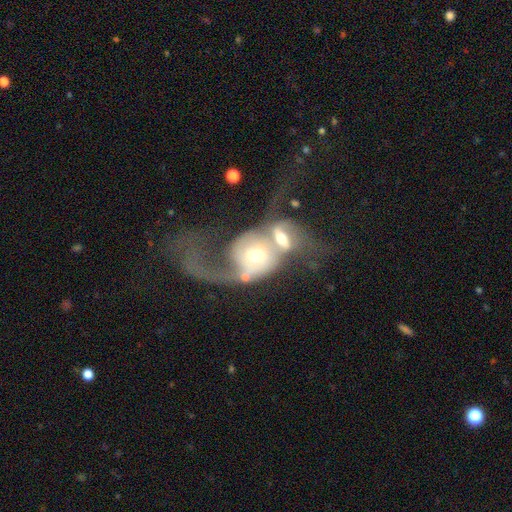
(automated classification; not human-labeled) A featured or disk galaxy (70%) with no bar (71%), 2 (41%) loose (67%) spiral arms (75%) and a moderate central bulge (55%).

Vote fractions:
- Smooth or featured? featured or disk: 70% / smooth: 22% / star or artifact: 8%
- Edge-on disk? no: 95% / yes: 5%
- Bar? no: 71% / weak: 22% / strong: 7%
- Spiral arms? yes: 75% / no: 25%
- Spiral winding? loose: 67% / medium: 23% / tight: 10%
- Spiral arm count? 2: 41% / 1: 40% / can't tell: 15% / 3: 2% / 4: 1% / more than 4: 1%
- Bulge size? moderate: 55% / small: 29% / large: 11% / dominant: 3% / none: 2%
- Merging? merger: 75% / major disturbance: 15% / none: 6% / minor disturbance: 3%